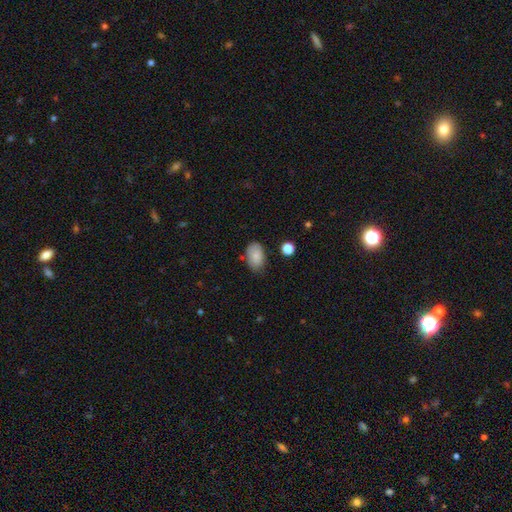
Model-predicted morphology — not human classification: smooth-or-featured: smooth: 85% | featured or disk: 8% | star or artifact: 7%
  how-rounded: in between: 91% | round: 8% | cigar-shaped: 1%
  merging: none: 77% | minor disturbance: 17% | major disturbance: 3% | merger: 3%